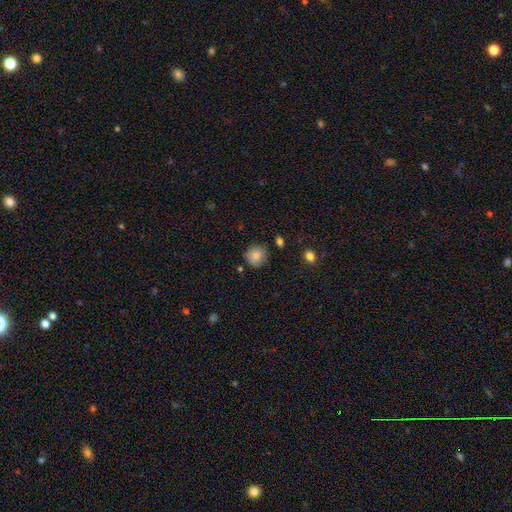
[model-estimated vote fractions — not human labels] Smooth or featured? Predicted: smooth (p=0.84). How rounded? Predicted: round (p=0.91). Merging? Predicted: none (p=0.82).